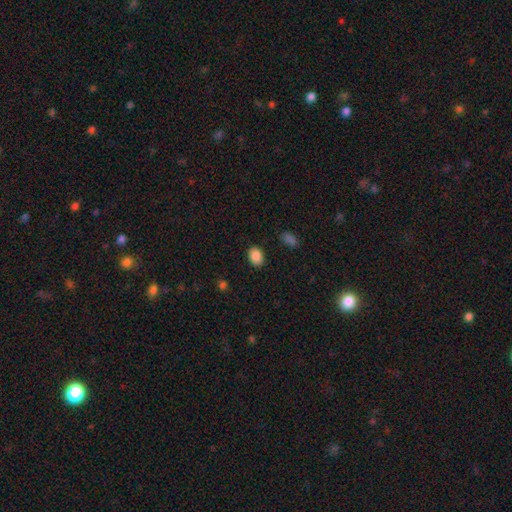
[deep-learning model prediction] Morphology: type=smooth (88%); roundness=in between (74%); merging=none (86%).